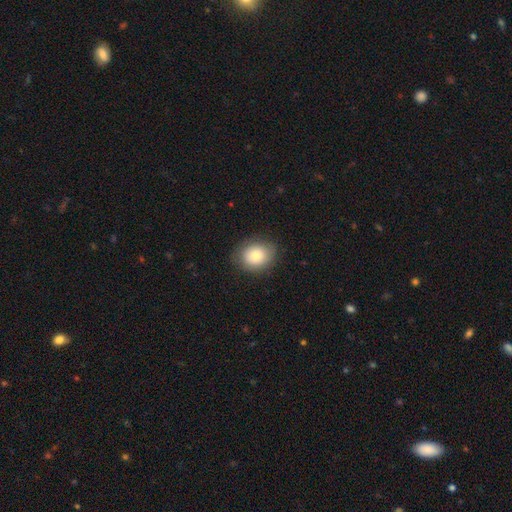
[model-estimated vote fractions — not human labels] Q: Smooth or featured?
A: smooth (79%); runner-up: featured or disk (12%)
Q: How rounded?
A: round (63%); runner-up: in between (36%)
Q: Merging?
A: none (84%); runner-up: minor disturbance (11%)